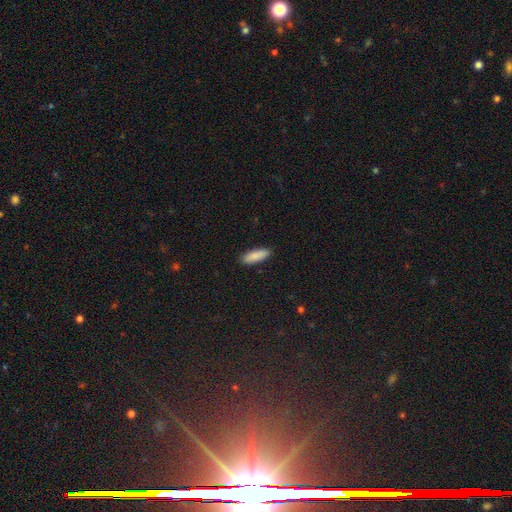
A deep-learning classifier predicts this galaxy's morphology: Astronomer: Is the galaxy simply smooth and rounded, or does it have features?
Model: smooth — 88%.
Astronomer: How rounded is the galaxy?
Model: in between — 58% (runner-up: cigar-shaped, 40%).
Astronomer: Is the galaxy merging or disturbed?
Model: none — 89%.